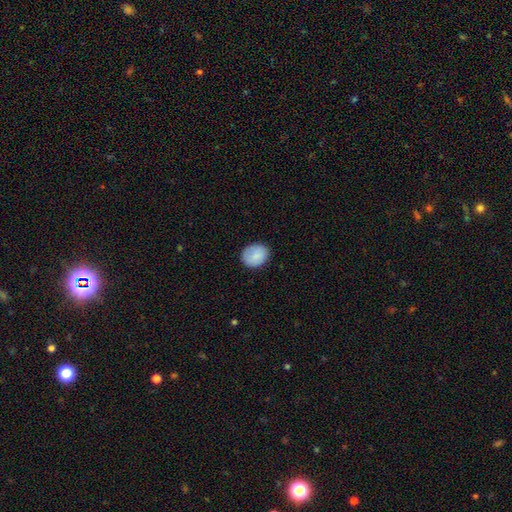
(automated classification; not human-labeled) Smooth or featured? smooth (86%)
How rounded? round (61%)
Merging? none (83%)